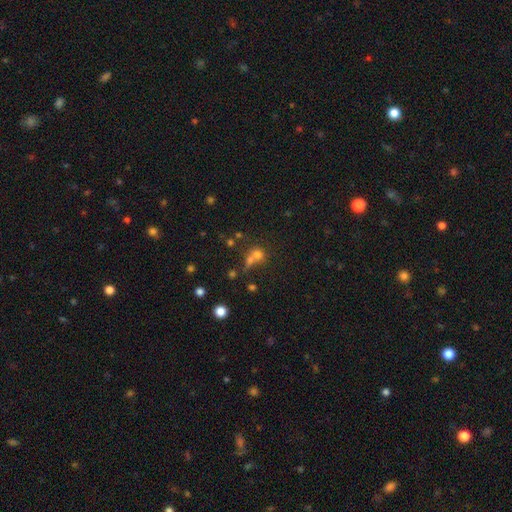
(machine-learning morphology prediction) type=smooth (65%); roundness=round (76%); merging=merger (49%).